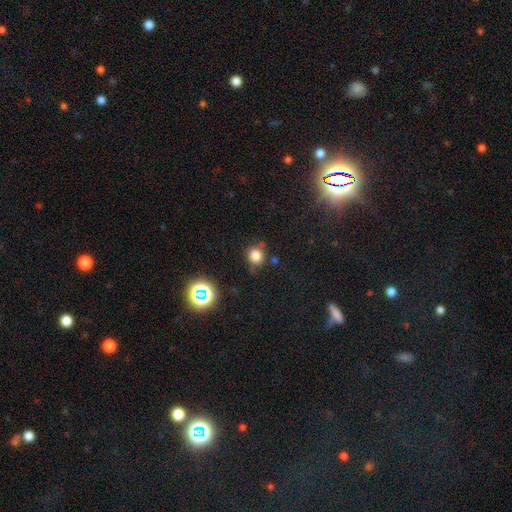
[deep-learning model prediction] Smooth or featured? Predicted: smooth (p=0.77). How rounded? Predicted: round (p=0.79). Merging? Predicted: none (p=0.71).